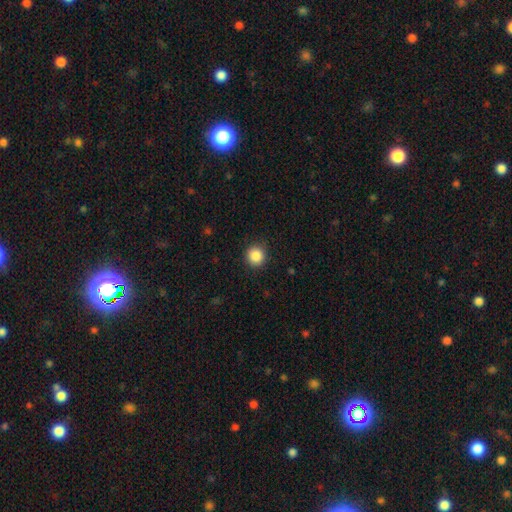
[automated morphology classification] smooth 87%, star or artifact 9%, featured or disk 3%. Down the decision tree: how rounded — round (93%); merging — none (90%).